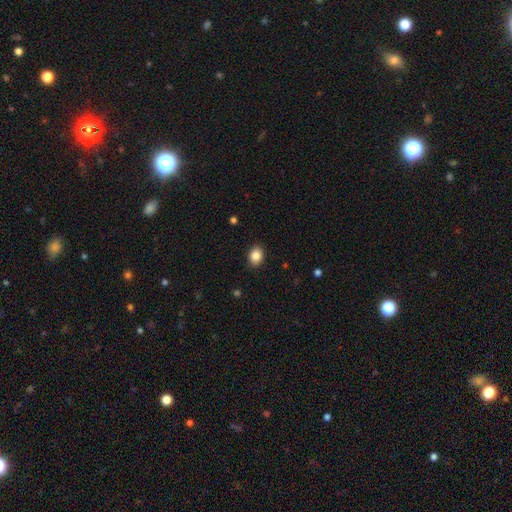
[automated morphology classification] smooth_or_featured: smooth (p=0.87) [alt: star or artifact p=0.09]
how_rounded: in between (p=0.61) [alt: round p=0.38]
merging: none (p=0.89) [alt: minor disturbance p=0.08]